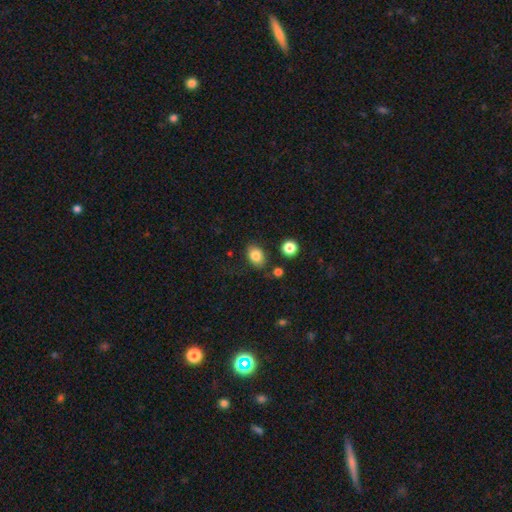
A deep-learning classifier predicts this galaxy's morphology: This is clearly a smooth galaxy (83%). How rounded: likely in between (73%). Merging: likely none (78%).